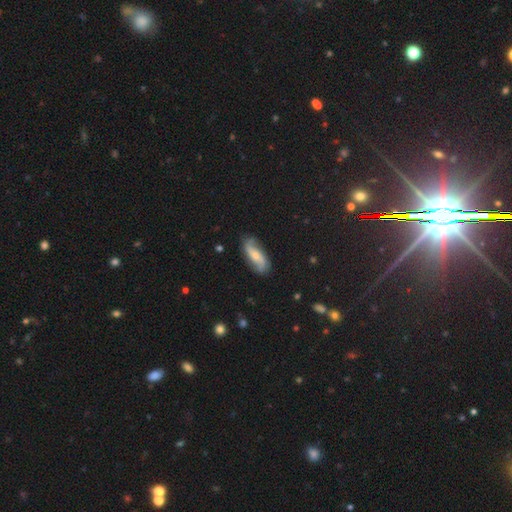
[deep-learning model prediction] The model was most divided on "bar": no: 50%, weak: 33%, strong: 16%. More confident: spiral arms — yes (95%); edge-on disk — no (92%); spiral arm count — 2 (90%); merging — none (78%); smooth or featured — featured or disk (76%); spiral winding — loose (62%); bulge size — small (57%).